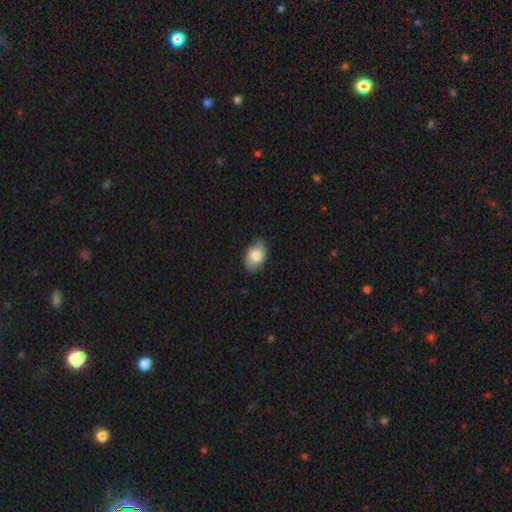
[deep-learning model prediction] Q: Smooth or featured?
A: smooth (79%); runner-up: featured or disk (15%)
Q: How rounded?
A: in between (88%); runner-up: round (10%)
Q: Merging?
A: none (80%); runner-up: minor disturbance (17%)